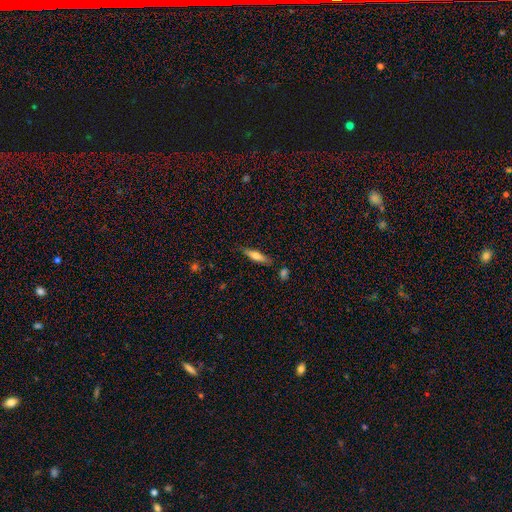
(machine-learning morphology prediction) Smooth or featured? smooth (60%)
How rounded? cigar-shaped (75%)
Merging? none (81%)